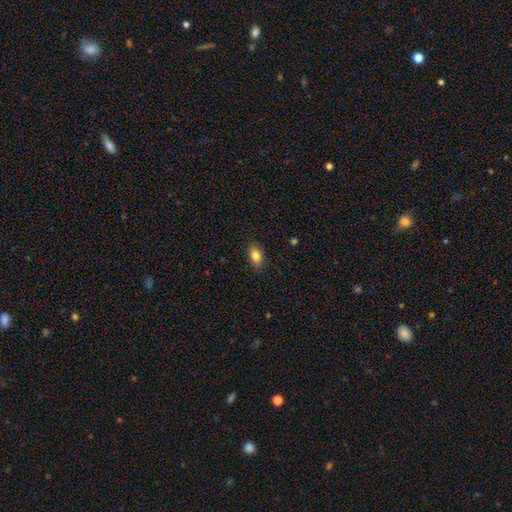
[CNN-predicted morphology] The model was most divided on "smooth or featured": smooth: 81%, featured or disk: 11%, star or artifact: 8%. More confident: merging — none (86%); how rounded — in between (86%).